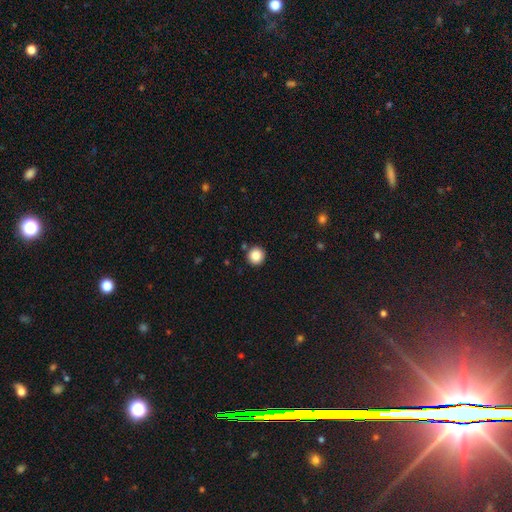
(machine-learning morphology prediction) Smooth or featured?
  - smooth: 87% *
  - star or artifact: 10%
  - featured or disk: 3%
How rounded?
  - round: 95% *
  - in between: 4%
  - cigar-shaped: 1%
Merging?
  - none: 90% *
  - minor disturbance: 6%
  - merger: 3%
  - major disturbance: 2%